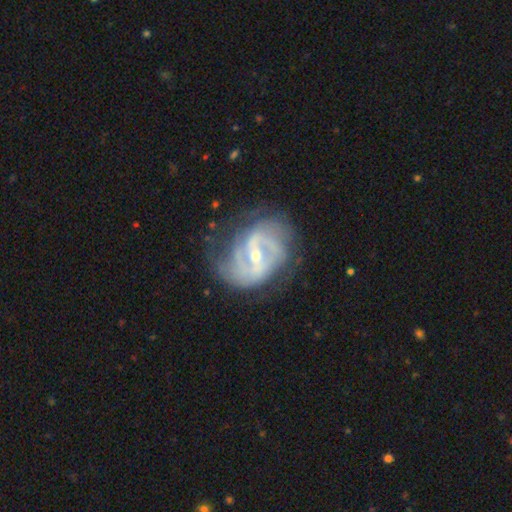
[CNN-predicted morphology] Smooth or featured? Predicted: featured or disk (p=0.88). Edge-on disk? Predicted: no (p=0.97). Bar? Predicted: strong (p=0.51). Spiral arms? Predicted: yes (p=0.91). Spiral winding? Predicted: medium (p=0.45). Spiral arm count? Predicted: 2 (p=0.59). Bulge size? Predicted: small (p=0.58). Merging? Predicted: none (p=0.59).